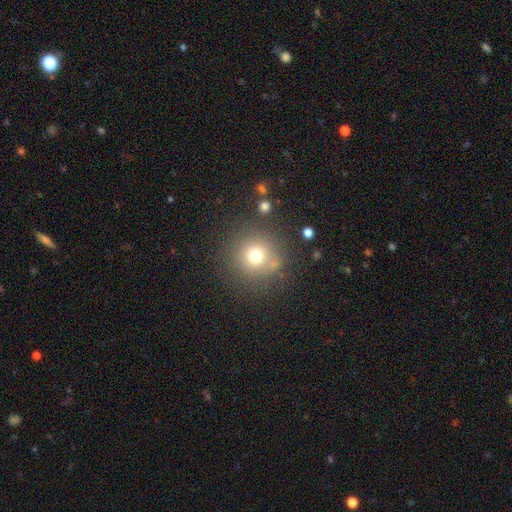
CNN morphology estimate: Smooth or featured? Predicted: smooth (p=0.72). How rounded? Predicted: round (p=0.94). Merging? Predicted: none (p=0.81).